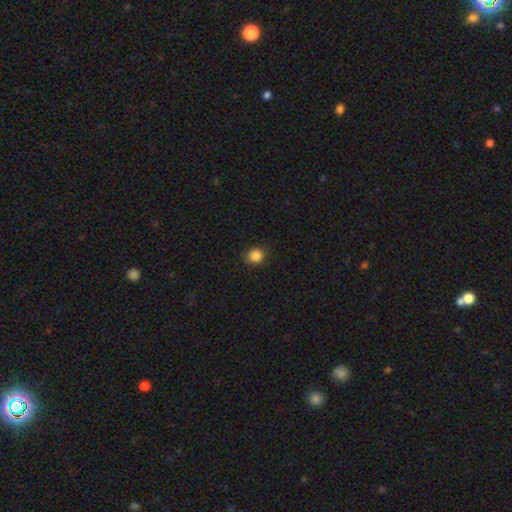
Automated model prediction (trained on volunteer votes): smooth 85%, star or artifact 11%, featured or disk 3%. Down the decision tree: how rounded — round (79%); merging — none (85%).